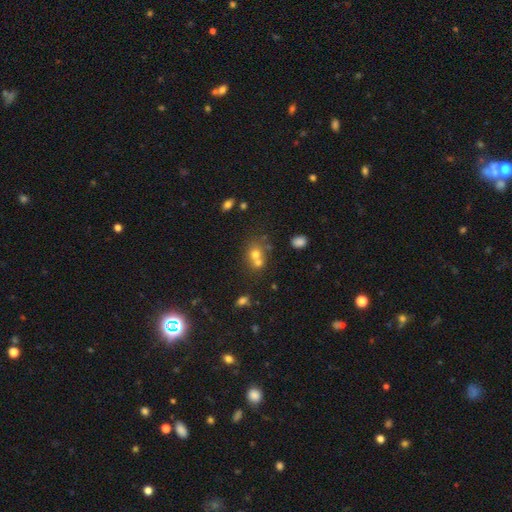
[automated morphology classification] A smooth galaxy with no disk features (68%) that is round (71%). Merging: merger (54%).